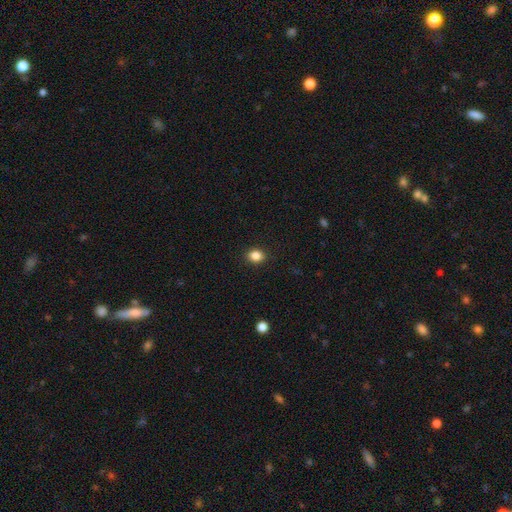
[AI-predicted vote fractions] Smooth or featured: smooth — 85% (star or artifact — 11%)
How rounded: round — 56% (in between — 43%)
Merging: none — 90% (minor disturbance — 7%)